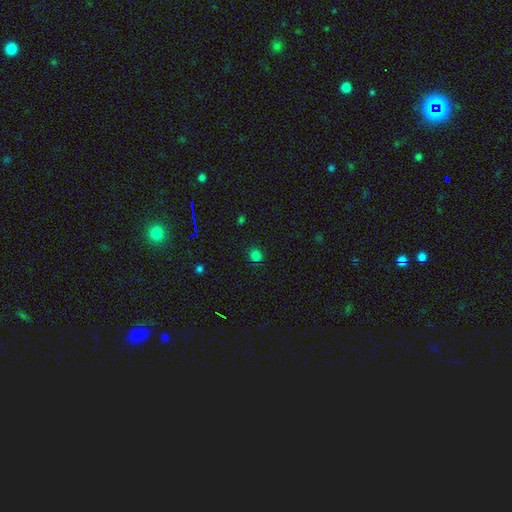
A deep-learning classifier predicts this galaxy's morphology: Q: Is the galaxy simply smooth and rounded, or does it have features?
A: smooth — 76%.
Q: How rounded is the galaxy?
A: round — 79%.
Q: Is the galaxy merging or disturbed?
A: none — 86%.